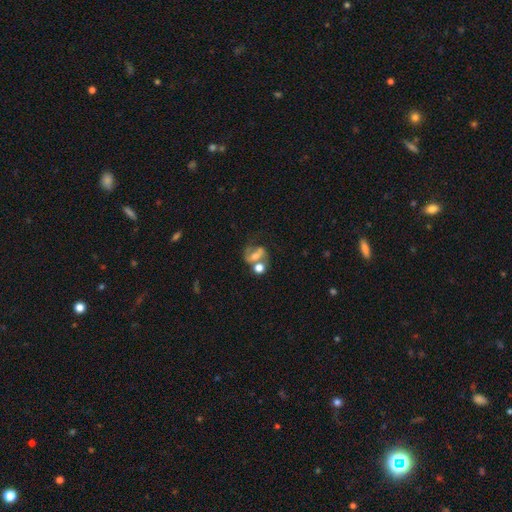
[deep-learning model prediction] Smooth or featured?
  - featured or disk: 49% *
  - smooth: 39%
  - star or artifact: 13%
Merging?
  - merger: 40% *
  - none: 28%
  - major disturbance: 18%
  - minor disturbance: 14%